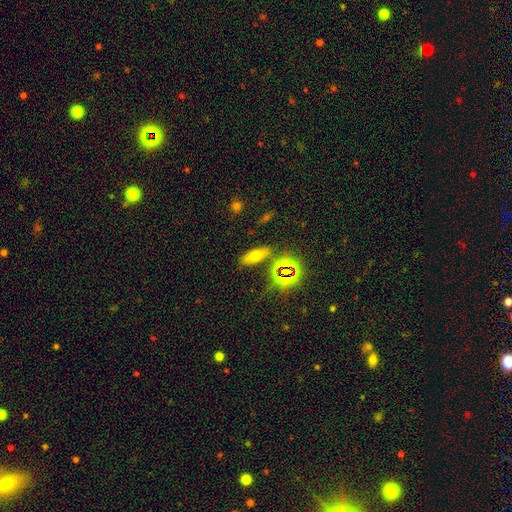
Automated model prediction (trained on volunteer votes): smooth_or_featured: smooth (p=0.55) [alt: star or artifact p=0.27]
how_rounded: in between (p=0.71) [alt: cigar-shaped p=0.22]
merging: none (p=0.77) [alt: minor disturbance p=0.13]